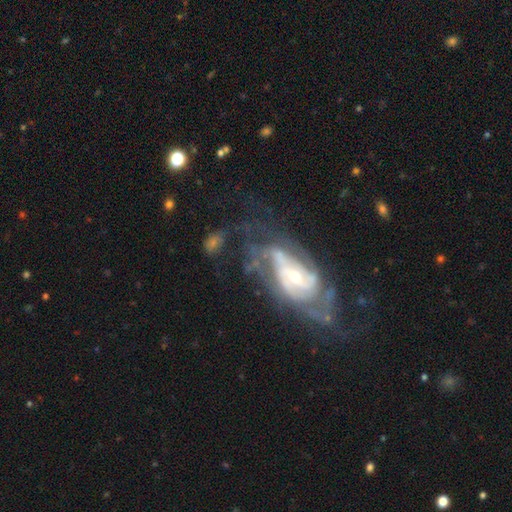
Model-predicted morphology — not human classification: smooth_or_featured: featured or disk (p=0.80) [alt: star or artifact p=0.11]
disk_edge_on: no (p=0.90) [alt: yes p=0.10]
bar: no (p=0.52) [alt: weak p=0.35]
has_spiral_arms: yes (p=0.87) [alt: no p=0.13]
spiral_winding: tight (p=0.49) [alt: medium p=0.36]
spiral_arm_count: can't tell (p=0.43) [alt: 2 p=0.26]
bulge_size: moderate (p=0.45) [alt: small p=0.43]
merging: none (p=0.63) [alt: minor disturbance p=0.18]